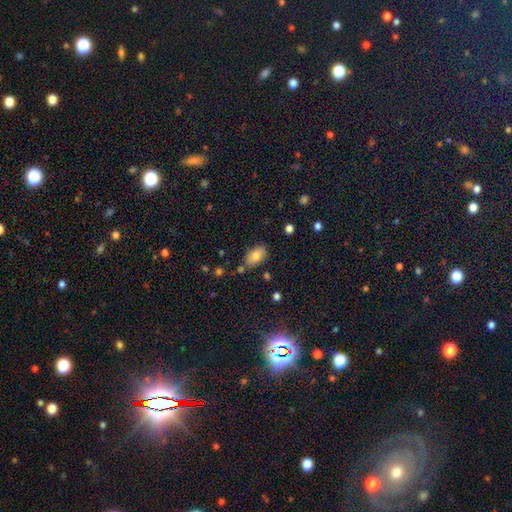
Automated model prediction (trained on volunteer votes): This is likely a smooth galaxy (79%). How rounded: clearly in between (91%). Merging: likely none (75%).